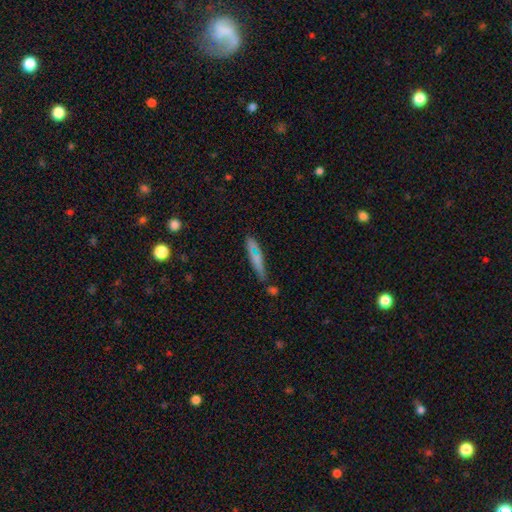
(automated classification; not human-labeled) Overall: smooth (57%; featured or disk 32%). How rounded: cigar-shaped (82%). Merging: none (62%; minor disturbance 22%).